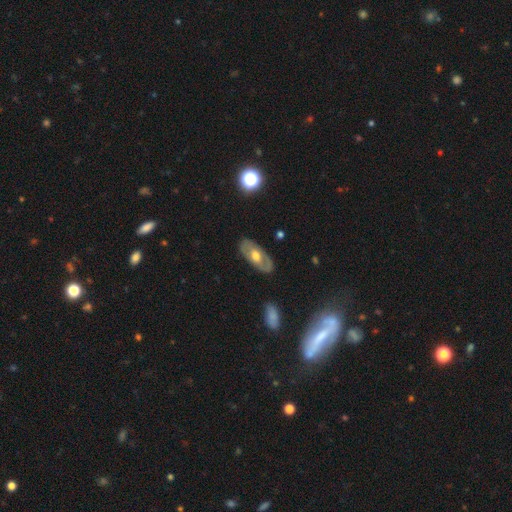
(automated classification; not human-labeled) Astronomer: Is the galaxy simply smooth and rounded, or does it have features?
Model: featured or disk — 58% (runner-up: smooth, 36%).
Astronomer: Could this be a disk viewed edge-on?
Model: no — 84%.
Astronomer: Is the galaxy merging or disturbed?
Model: none — 83%.